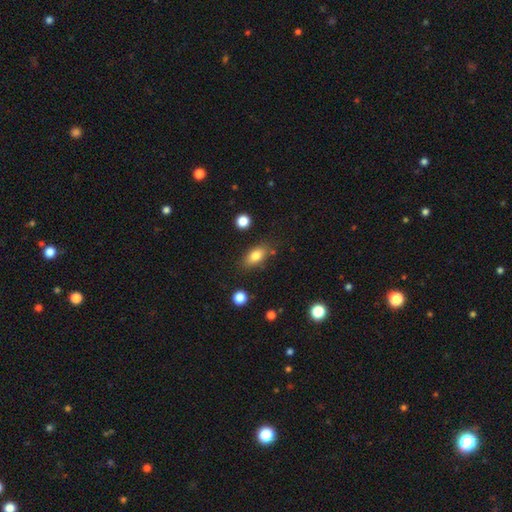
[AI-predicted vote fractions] smooth-or-featured: smooth: 80% | featured or disk: 11% | star or artifact: 8%
  how-rounded: in between: 85% | round: 8% | cigar-shaped: 7%
  merging: none: 78% | minor disturbance: 14% | merger: 4% | major disturbance: 4%